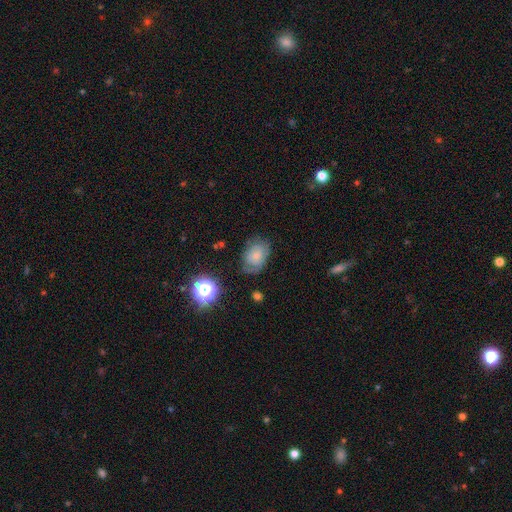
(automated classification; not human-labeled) The model was most divided on "smooth or featured": smooth: 60%, featured or disk: 28%, star or artifact: 13%. More confident: how rounded — in between (71%); merging — none (62%).